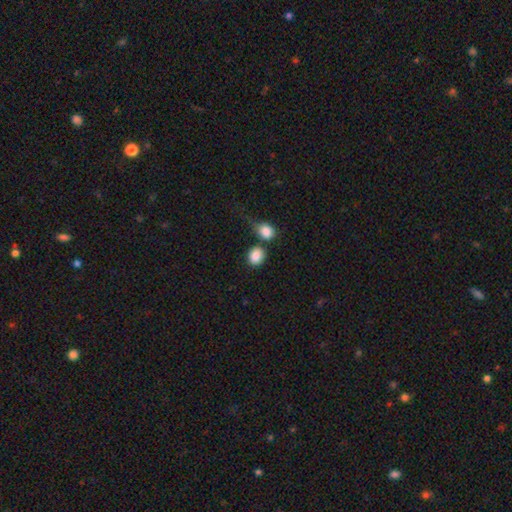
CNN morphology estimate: type=smooth (87%); roundness=round (71%); merging=none (58%).